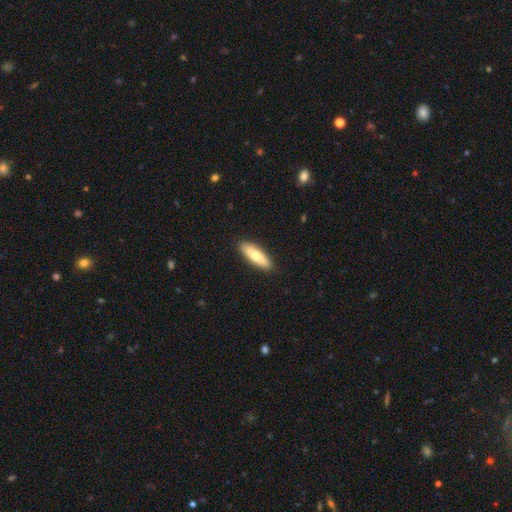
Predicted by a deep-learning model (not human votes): smooth_or_featured: smooth (p=0.69) [alt: featured or disk p=0.26]
how_rounded: cigar-shaped (p=0.53) [alt: in between p=0.45]
merging: none (p=0.90) [alt: minor disturbance p=0.07]